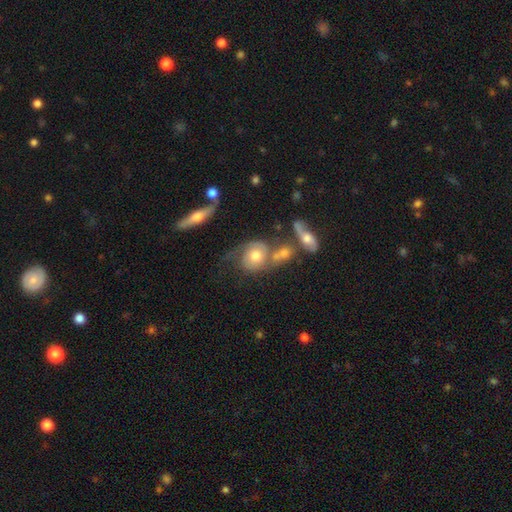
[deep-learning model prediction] The model was most divided on "spiral winding": medium: 38%, tight: 33%, loose: 29%. Remaining: edge-on disk — no (95%); spiral arms — yes (86%); bar — no (76%); bulge size — moderate (70%); smooth or featured — featured or disk (66%); spiral arm count — 2 (65%); merging — none (35%).